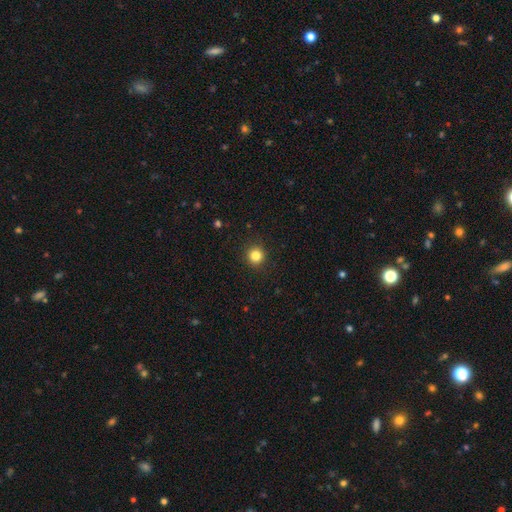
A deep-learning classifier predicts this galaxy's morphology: smooth 83%, star or artifact 12%, featured or disk 5%. Down the decision tree: how rounded — round (95%); merging — none (92%).